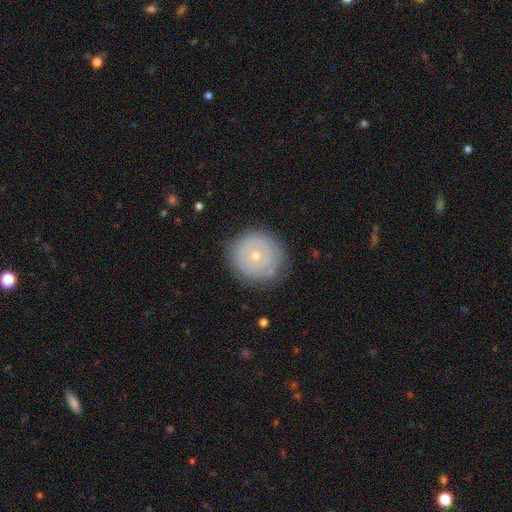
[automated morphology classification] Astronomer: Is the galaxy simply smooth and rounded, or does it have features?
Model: smooth — 46% (runner-up: featured or disk, 45%).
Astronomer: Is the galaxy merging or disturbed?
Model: none — 79%.